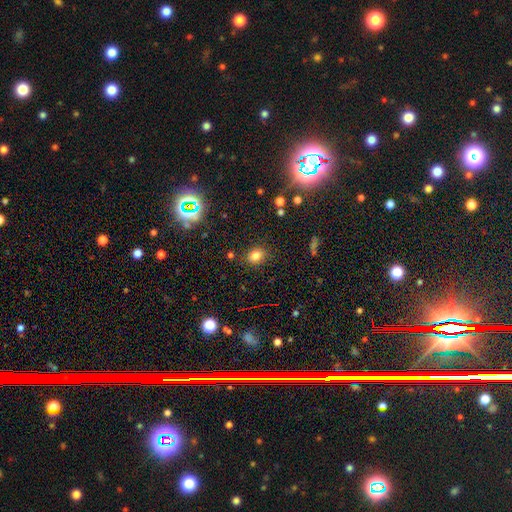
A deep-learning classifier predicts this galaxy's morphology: smooth-or-featured: smooth: 78% | star or artifact: 14% | featured or disk: 7%
  how-rounded: in between: 55% | round: 44% | cigar-shaped: 1%
  merging: none: 85% | minor disturbance: 10% | major disturbance: 3% | merger: 2%